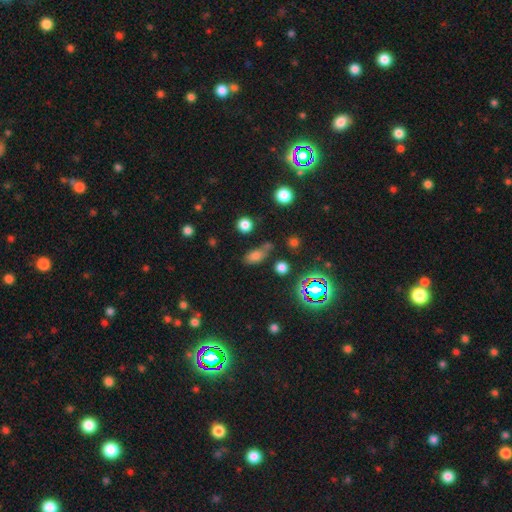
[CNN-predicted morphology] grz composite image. It shows a smooth galaxy with no disk features (73%) that is in between round and cigar-shaped (75%). Merging: none (60%).